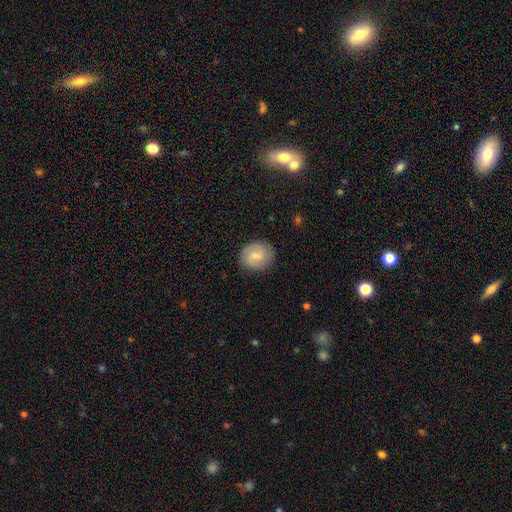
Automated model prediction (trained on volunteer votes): Overall: featured or disk (51%; smooth 42%). Edge-on disk: no (97%). Merging: none (85%).